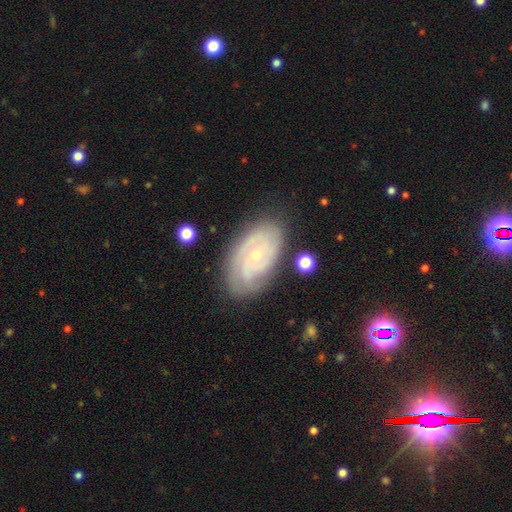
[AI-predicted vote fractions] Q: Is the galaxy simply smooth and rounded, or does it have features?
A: featured or disk — 81%.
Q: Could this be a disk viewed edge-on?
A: no — 96%.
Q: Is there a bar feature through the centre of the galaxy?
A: no — 76%.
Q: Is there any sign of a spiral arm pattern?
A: yes — 93%.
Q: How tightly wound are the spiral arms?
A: tight — 71%.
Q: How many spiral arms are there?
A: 2 — 32%, tied with can't tell.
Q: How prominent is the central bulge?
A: small — 76%.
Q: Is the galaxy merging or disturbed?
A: none — 76%.